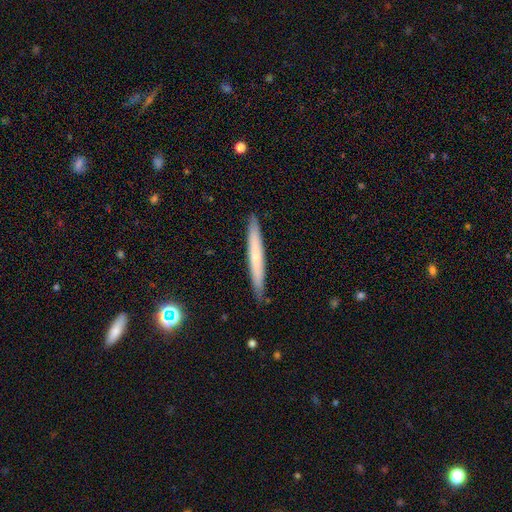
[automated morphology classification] This is possibly a smooth galaxy (54%). How rounded: clearly cigar-shaped (96%). Merging: clearly none (89%).